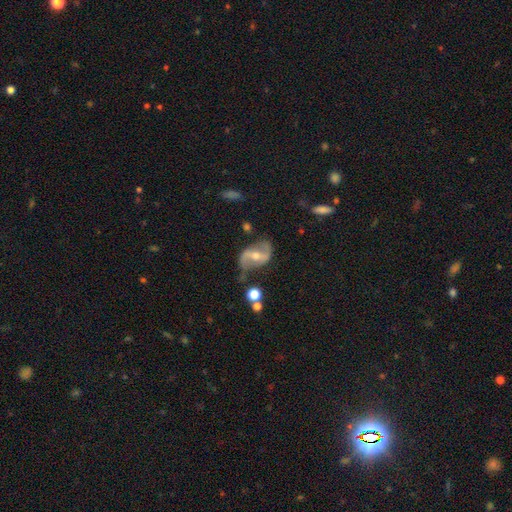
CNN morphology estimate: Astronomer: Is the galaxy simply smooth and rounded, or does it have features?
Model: featured or disk — 82%.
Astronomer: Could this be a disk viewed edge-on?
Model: no — 96%.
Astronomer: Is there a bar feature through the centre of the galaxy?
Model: strong — 44% (runner-up: weak, 36%).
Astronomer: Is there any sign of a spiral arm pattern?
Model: yes — 89%.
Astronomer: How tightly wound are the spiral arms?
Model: loose — 60%.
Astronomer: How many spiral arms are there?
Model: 2 — 90%.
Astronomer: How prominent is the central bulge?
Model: moderate — 55% (runner-up: small, 39%).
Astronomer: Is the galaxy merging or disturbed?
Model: none — 65%.